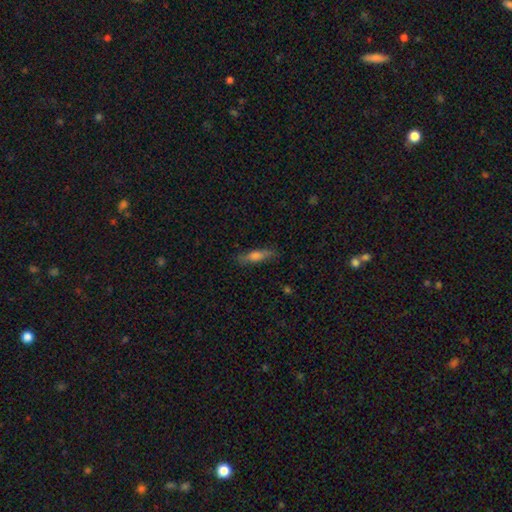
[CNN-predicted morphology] This is possibly a smooth galaxy (58%). How rounded: likely cigar-shaped (73%). Merging: clearly none (81%).